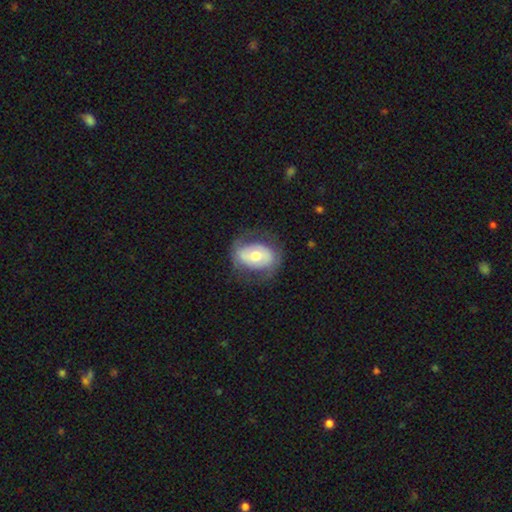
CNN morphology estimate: A smooth galaxy with no disk features (47%, tied with featured or disk).

Vote fractions:
- Smooth or featured? smooth: 47% (tied) / featured or disk: 47% (tied) / star or artifact: 7%
- Merging? none: 69% / minor disturbance: 19% / major disturbance: 11% / merger: 1%